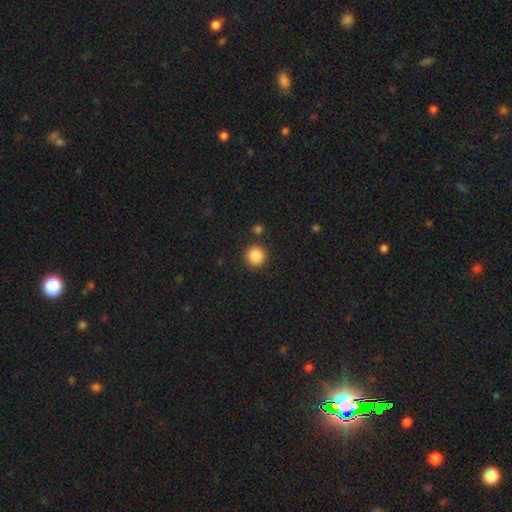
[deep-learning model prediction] Smooth or featured?
  - smooth: 88% *
  - star or artifact: 9%
  - featured or disk: 3%
How rounded?
  - round: 93% *
  - in between: 6%
  - cigar-shaped: 1%
Merging?
  - none: 88% *
  - minor disturbance: 7%
  - merger: 3%
  - major disturbance: 3%